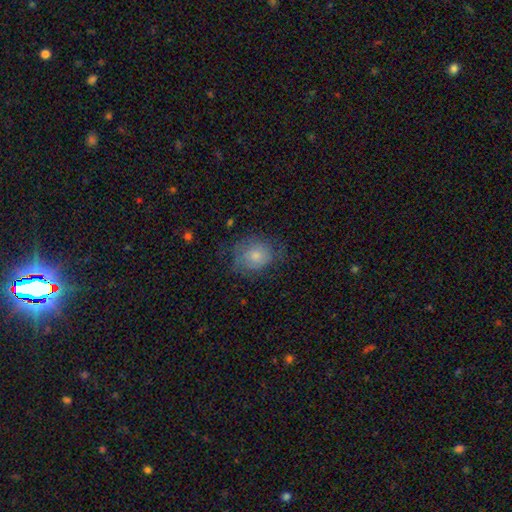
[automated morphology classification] The model was most divided on "how rounded": round: 63%, in between: 36%, cigar-shaped: 1%. More confident: smooth or featured — smooth (68%); merging — none (58%).